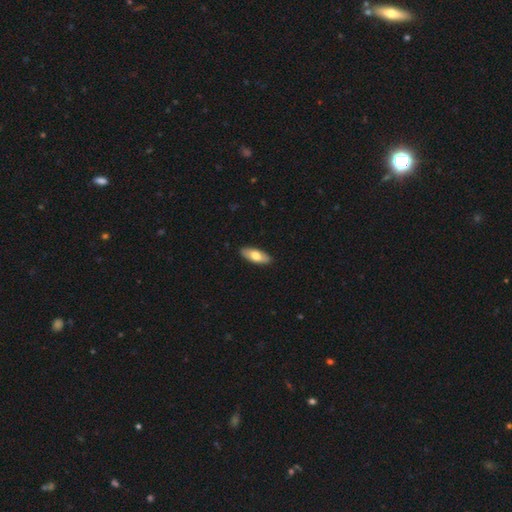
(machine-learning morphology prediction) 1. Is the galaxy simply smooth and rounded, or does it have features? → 73% smooth, 22% featured or disk, 5% star or artifact.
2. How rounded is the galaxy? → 81% in between, 16% cigar-shaped, 2% round.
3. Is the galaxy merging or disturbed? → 90% none, 8% minor disturbance, 1% major disturbance, 1% merger.